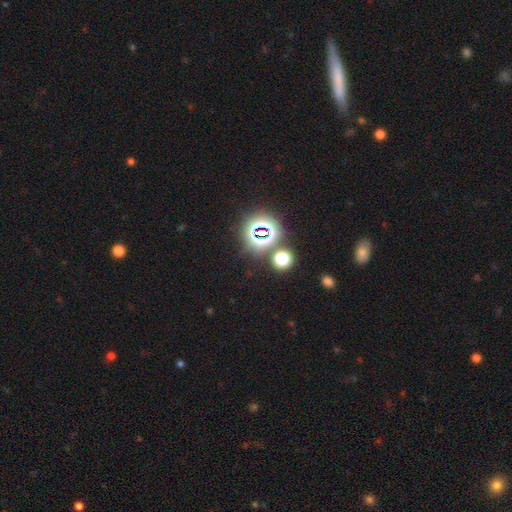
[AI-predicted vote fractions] Smooth or featured: star or artifact — 74% (smooth — 18%)